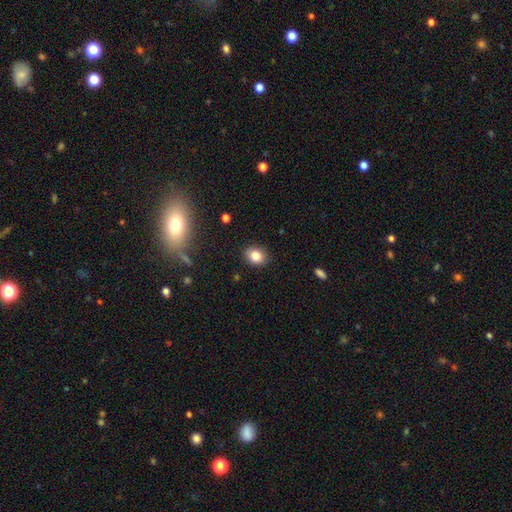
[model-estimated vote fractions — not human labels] Smooth or featured? Predicted: smooth (p=0.82). How rounded? Predicted: in between (p=0.50). Merging? Predicted: none (p=0.89).